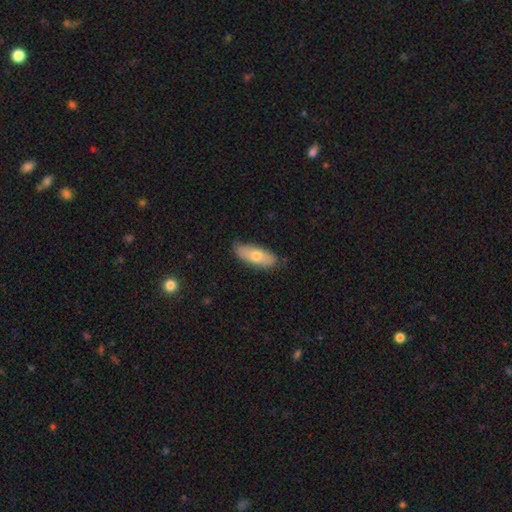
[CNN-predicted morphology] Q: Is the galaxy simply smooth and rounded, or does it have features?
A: smooth — 69%.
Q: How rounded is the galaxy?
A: in between — 72%.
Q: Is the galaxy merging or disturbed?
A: none — 83%.